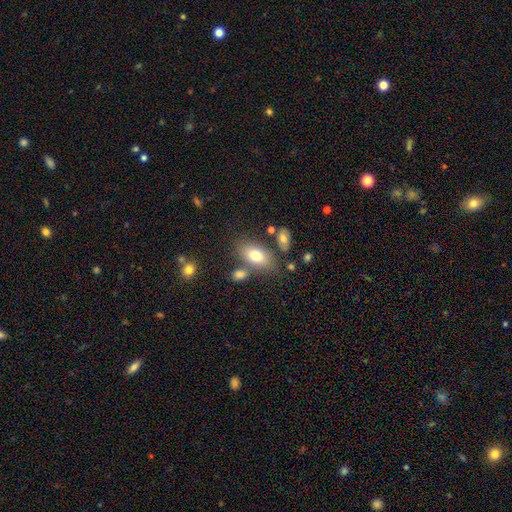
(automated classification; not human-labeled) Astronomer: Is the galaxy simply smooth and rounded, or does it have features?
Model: smooth — 75%.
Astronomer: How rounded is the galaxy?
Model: in between — 90%.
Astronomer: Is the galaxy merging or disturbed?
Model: none — 67%.